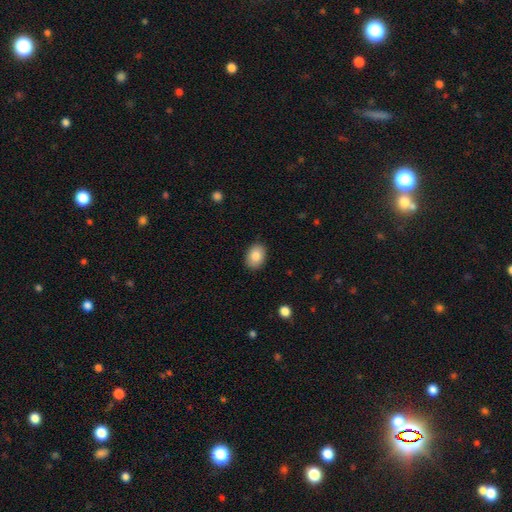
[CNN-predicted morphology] type=smooth (85%); roundness=in between (73%); merging=none (88%).